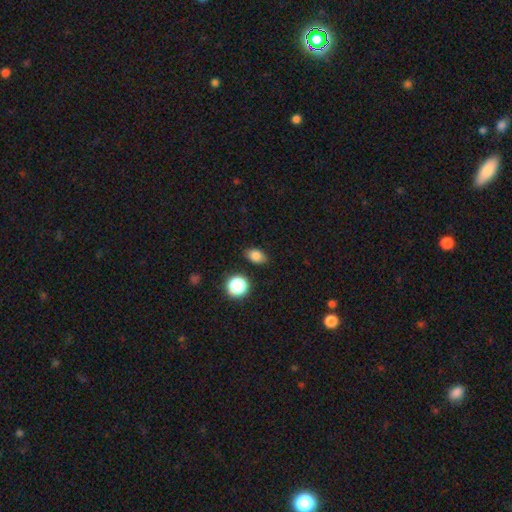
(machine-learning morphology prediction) The model was most divided on "how rounded": in between: 78%, round: 21%, cigar-shaped: 2%. More confident: merging — none (85%); smooth or featured — smooth (82%).